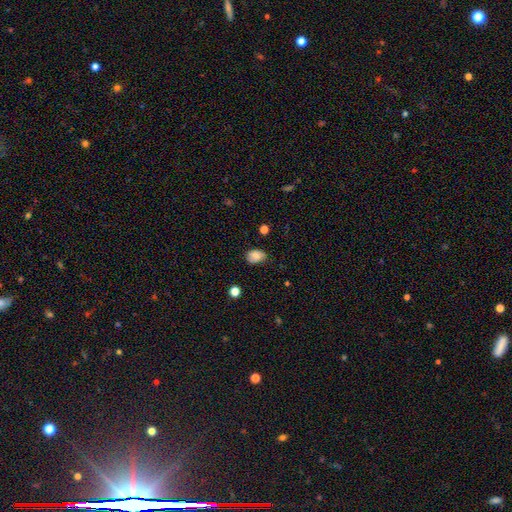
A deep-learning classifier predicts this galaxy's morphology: A smooth galaxy with no disk features (80%) that is in between round and cigar-shaped (77%).

Vote fractions:
- Smooth or featured? smooth: 80% / featured or disk: 11% / star or artifact: 9%
- How rounded? in between: 77% / round: 22% / cigar-shaped: 1%
- Merging? none: 70% / minor disturbance: 24% / major disturbance: 4% / merger: 2%